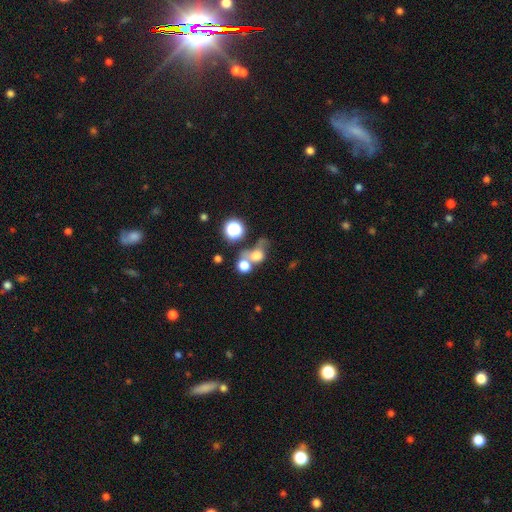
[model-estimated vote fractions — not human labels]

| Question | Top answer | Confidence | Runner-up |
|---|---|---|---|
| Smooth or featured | smooth | 64% | star or artifact (18%) |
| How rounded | round | 69% | in between (29%) |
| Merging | merger | 46% | none (29%) |